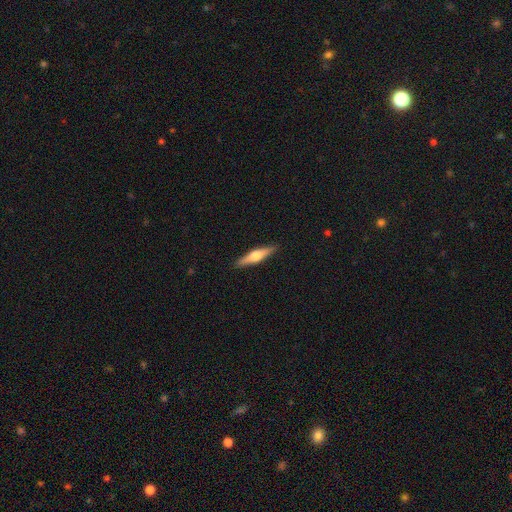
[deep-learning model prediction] smooth-or-featured: featured or disk: 57% | smooth: 37% | star or artifact: 5%
  disk-edge-on: yes: 96% | no: 4%
    edge-on-bulge: rounded: 93% | boxy: 4% | none: 3%
  merging: none: 91% | minor disturbance: 7% | major disturbance: 1% | merger: 1%